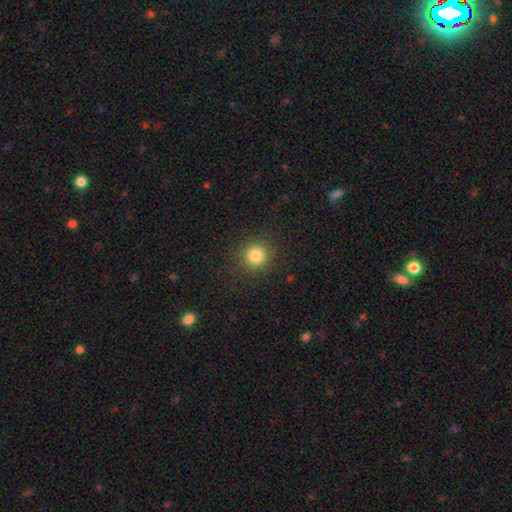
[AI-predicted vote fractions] Smooth or featured? smooth (83%)
How rounded? round (92%)
Merging? none (90%)